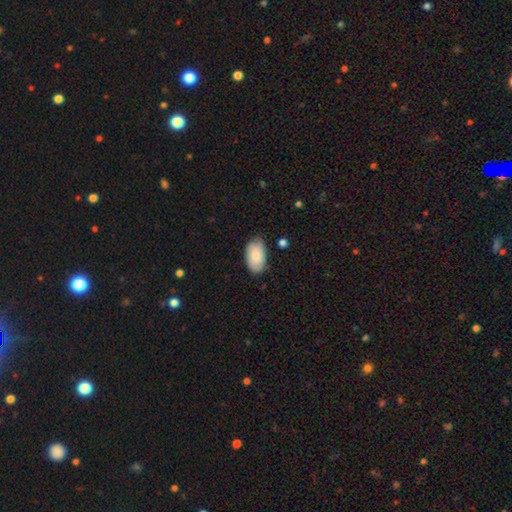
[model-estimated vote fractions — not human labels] This appears to be a smooth galaxy with no disk features (80%) that is in between round and cigar-shaped (94%). Merging: none (76%).